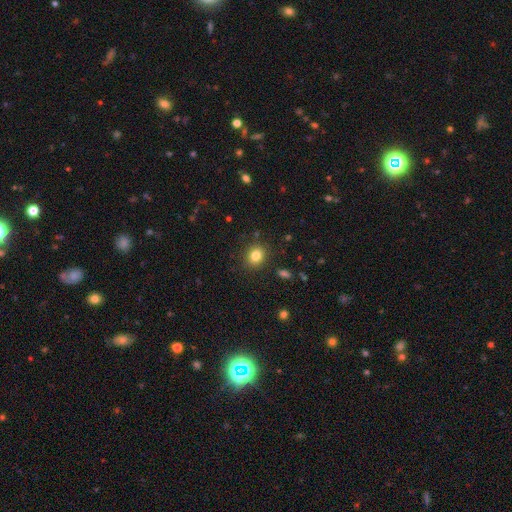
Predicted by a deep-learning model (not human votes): The model was most divided on "how rounded": round: 70%, in between: 29%, cigar-shaped: 1%. More confident: merging — none (88%); smooth or featured — smooth (82%).